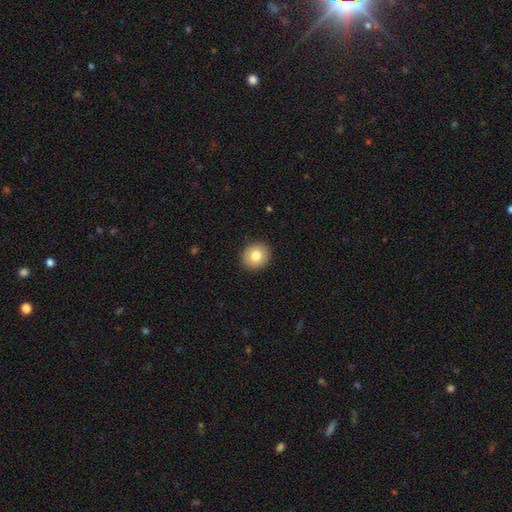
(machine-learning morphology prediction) Smooth or featured: smooth — 80% (featured or disk — 11%)
How rounded: round — 76% (in between — 23%)
Merging: none — 91% (minor disturbance — 6%)